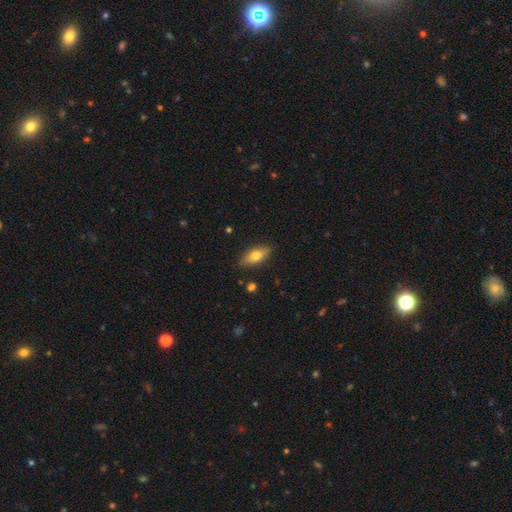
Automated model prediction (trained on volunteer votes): Smooth or featured? smooth (72%)
How rounded? in between (80%)
Merging? none (86%)